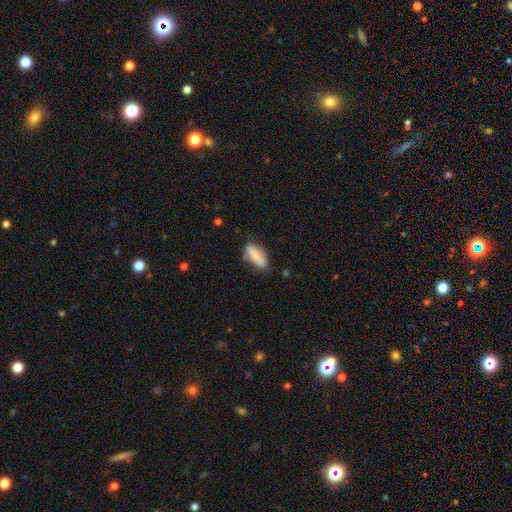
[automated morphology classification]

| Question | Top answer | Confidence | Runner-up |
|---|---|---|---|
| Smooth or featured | smooth | 81% | featured or disk (12%) |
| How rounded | in between | 75% | cigar-shaped (23%) |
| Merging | none | 69% | minor disturbance (22%) |